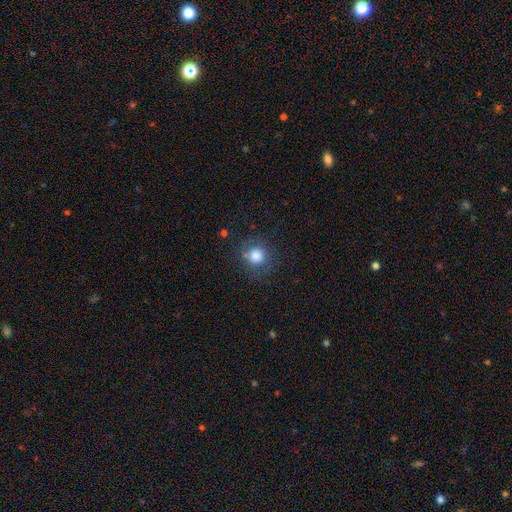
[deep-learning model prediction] Smooth or featured? smooth (82%)
How rounded? round (89%)
Merging? none (77%)